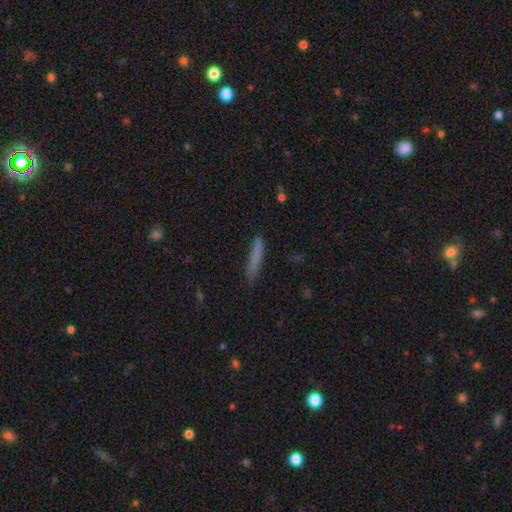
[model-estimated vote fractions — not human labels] Smooth or featured? smooth (78%)
How rounded? cigar-shaped (93%)
Merging? none (82%)